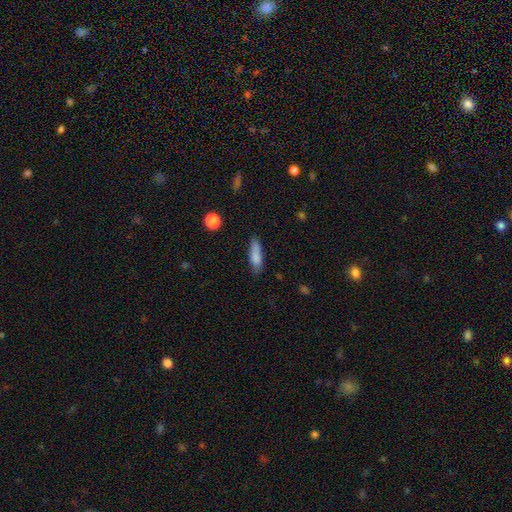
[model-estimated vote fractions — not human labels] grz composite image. It shows a smooth galaxy with no disk features (81%) that is cigar-shaped (61%). Merging: none (69%).